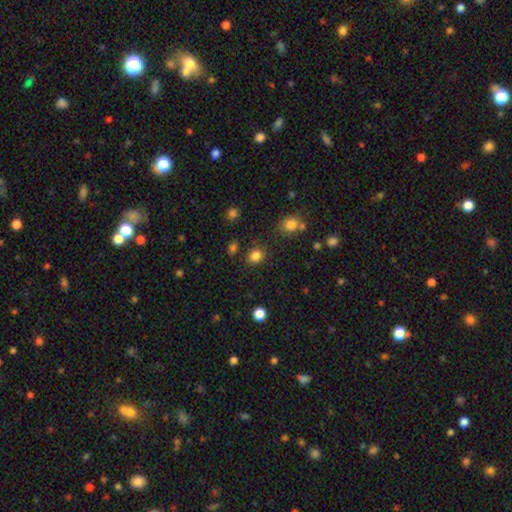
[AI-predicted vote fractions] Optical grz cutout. It shows a smooth galaxy with no disk features (83%) that is round (62%). Merging: none (82%).